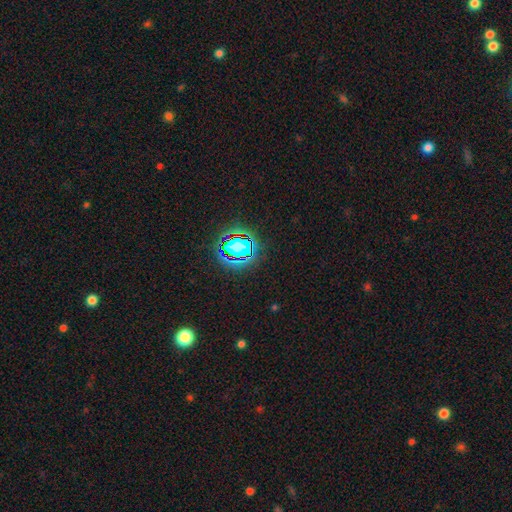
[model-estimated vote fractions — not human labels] This is clearly a star or artifact rather than a galaxy (80%).